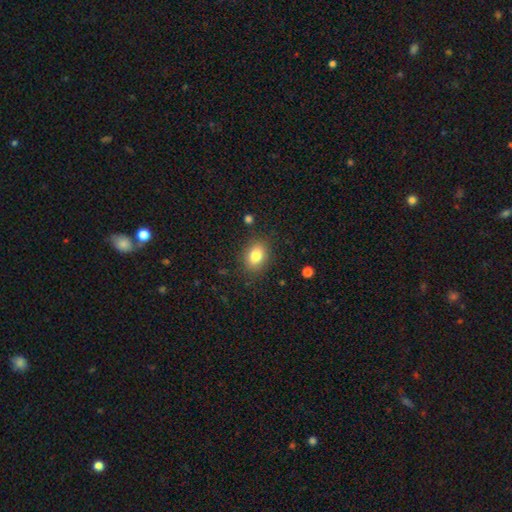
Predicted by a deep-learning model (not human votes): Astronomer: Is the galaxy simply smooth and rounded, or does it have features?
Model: smooth — 82%.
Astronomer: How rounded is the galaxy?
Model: in between — 67%.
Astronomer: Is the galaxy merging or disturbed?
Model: none — 84%.